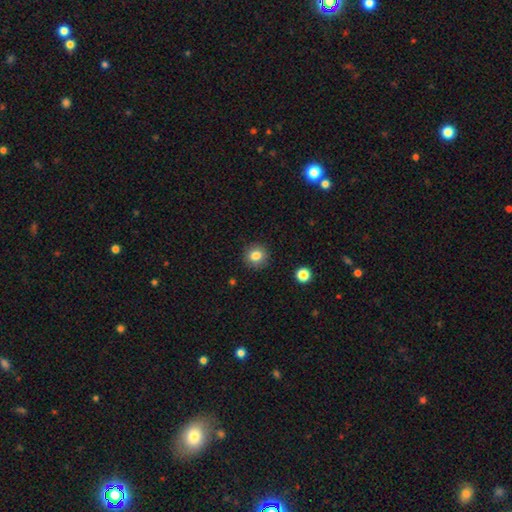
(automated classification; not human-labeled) smooth_or_featured: smooth (p=0.82) [alt: star or artifact p=0.11]
how_rounded: round (p=0.90) [alt: in between p=0.09]
merging: none (p=0.90) [alt: minor disturbance p=0.06]